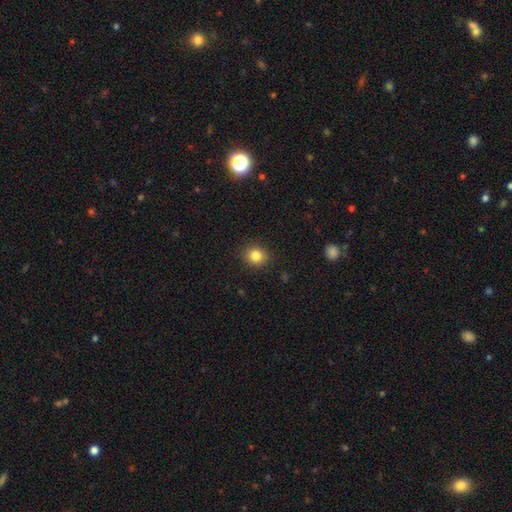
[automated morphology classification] type=smooth (84%); roundness=round (82%); merging=none (89%).